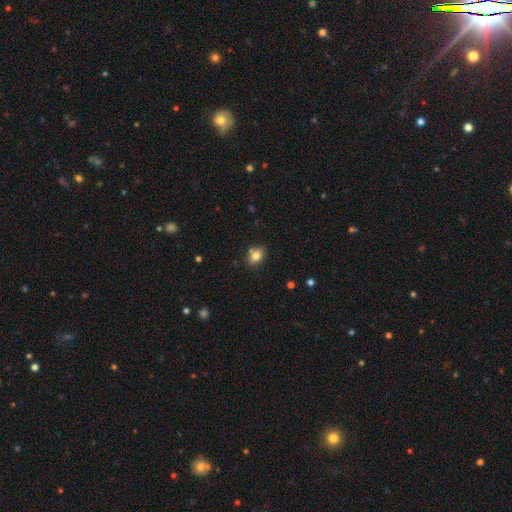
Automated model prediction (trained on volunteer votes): smooth 78%, star or artifact 11%, featured or disk 11%. Down the decision tree: how rounded — in between (61%); merging — none (71%).